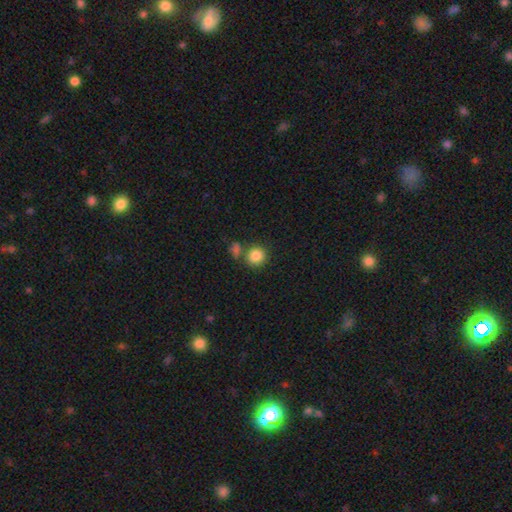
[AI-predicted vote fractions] Overall: smooth (84%). How rounded: round (89%). Merging: none (70%).